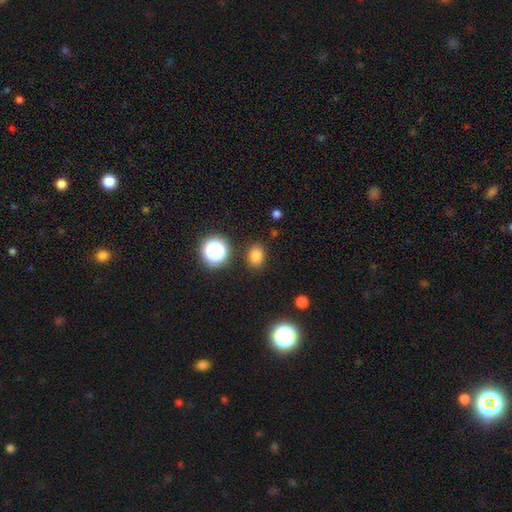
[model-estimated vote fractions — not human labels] Smooth or featured? smooth (79%)
How rounded? in between (56%)
Merging? none (85%)